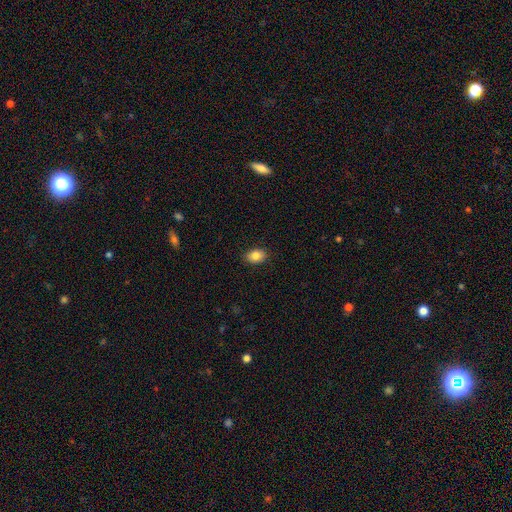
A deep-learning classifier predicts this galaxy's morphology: Overall: smooth (84%). How rounded: in between (81%). Merging: none (88%).